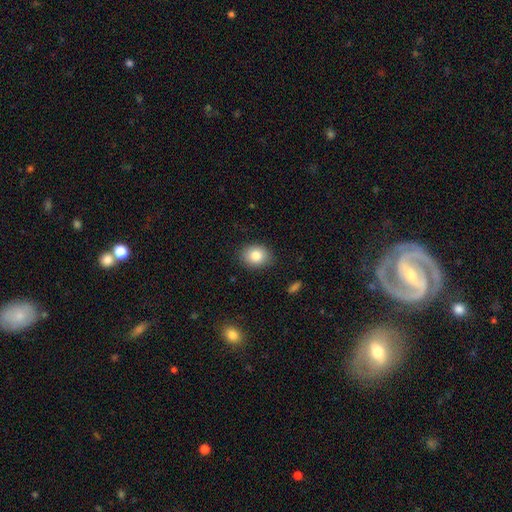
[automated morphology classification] Overall: smooth (82%). How rounded: round (51%; in between 49%). Merging: none (86%).